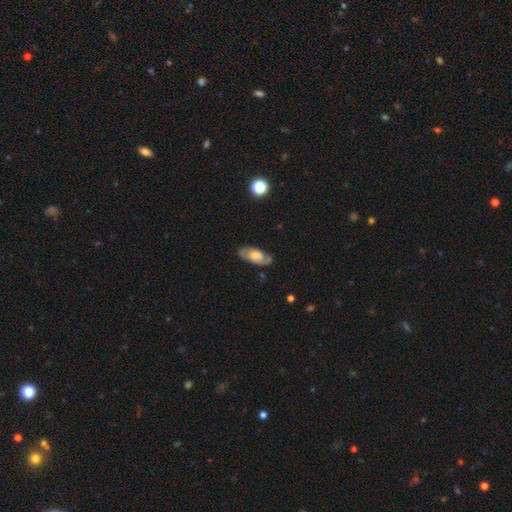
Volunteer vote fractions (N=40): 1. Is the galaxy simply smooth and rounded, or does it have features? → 70% featured or disk, 28% smooth, 2% star or artifact.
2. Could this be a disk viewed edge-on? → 82% no, 18% yes.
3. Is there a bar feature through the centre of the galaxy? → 74% no, 26% weak, 0% strong.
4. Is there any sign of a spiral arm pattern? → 78% yes, 22% no.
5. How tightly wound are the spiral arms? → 50% medium, 39% tight, 11% loose.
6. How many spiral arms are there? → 67% 2, 33% can't tell, 0% 1, 0% 3, 0% 4, 0% more than 4.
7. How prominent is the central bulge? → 48% small, 35% moderate, 13% large, 4% none, 0% dominant.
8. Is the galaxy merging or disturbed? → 82% none, 13% minor disturbance, 5% major disturbance, 0% merger.